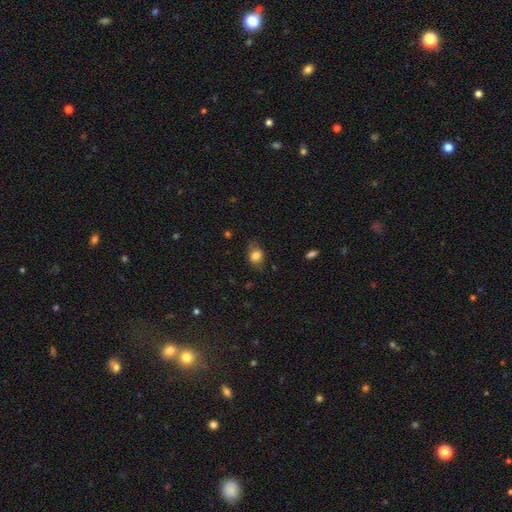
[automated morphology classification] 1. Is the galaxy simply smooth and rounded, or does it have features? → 79% smooth, 12% featured or disk, 9% star or artifact.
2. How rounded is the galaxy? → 60% in between, 39% round, 1% cigar-shaped.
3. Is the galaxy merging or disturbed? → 68% none, 24% minor disturbance, 8% major disturbance, 1% merger.